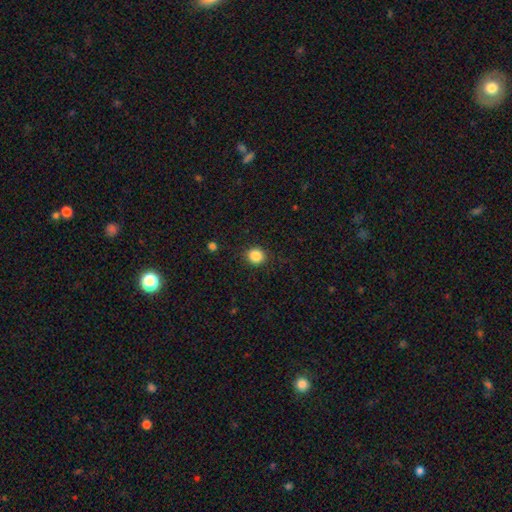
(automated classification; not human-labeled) Smooth or featured: smooth — 86% (star or artifact — 10%)
How rounded: round — 88% (in between — 11%)
Merging: none — 89% (minor disturbance — 8%)